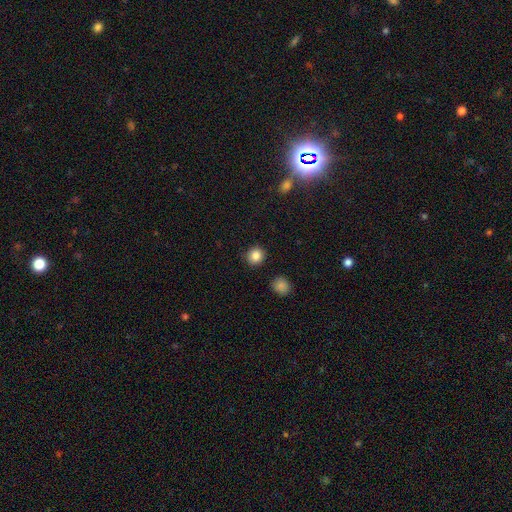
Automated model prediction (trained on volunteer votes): Overall: smooth (86%). How rounded: round (89%). Merging: none (90%).